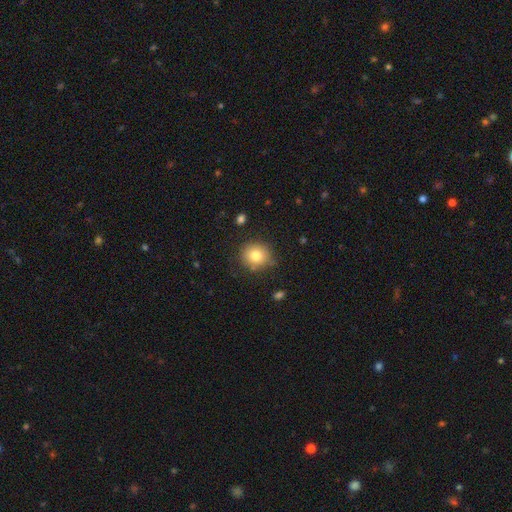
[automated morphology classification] Smooth or featured? Predicted: smooth (p=0.81). How rounded? Predicted: round (p=0.83). Merging? Predicted: none (p=0.82).